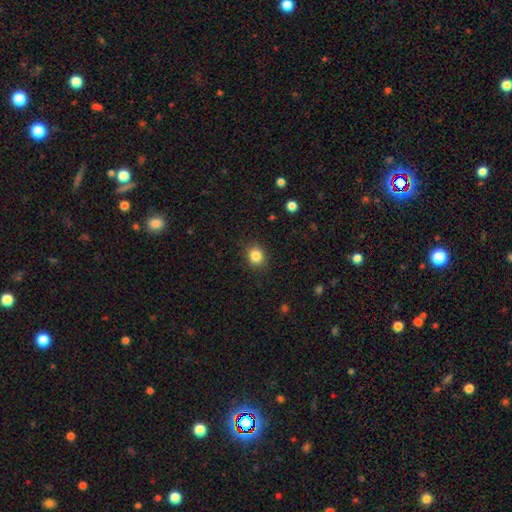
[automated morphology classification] Smooth or featured: smooth — 85% (star or artifact — 11%)
How rounded: round — 76% (in between — 23%)
Merging: none — 88% (minor disturbance — 8%)